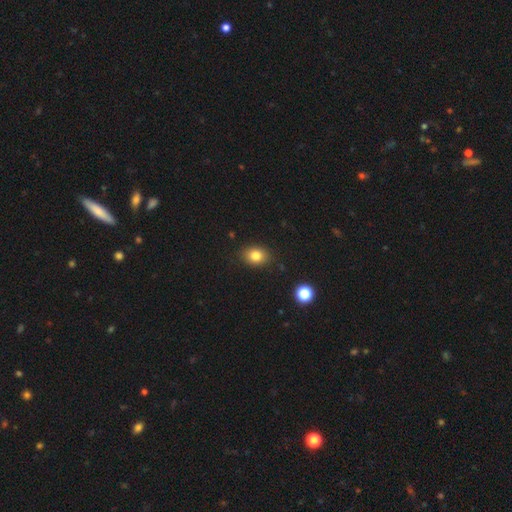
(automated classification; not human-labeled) Smooth or featured? smooth (81%)
How rounded? in between (57%)
Merging? none (87%)